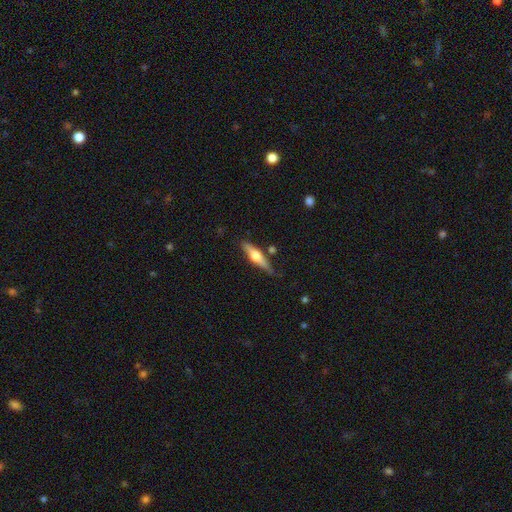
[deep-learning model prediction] Overall: featured or disk (51%; smooth 43%). Edge-on disk: yes (93%). Merging: none (76%).